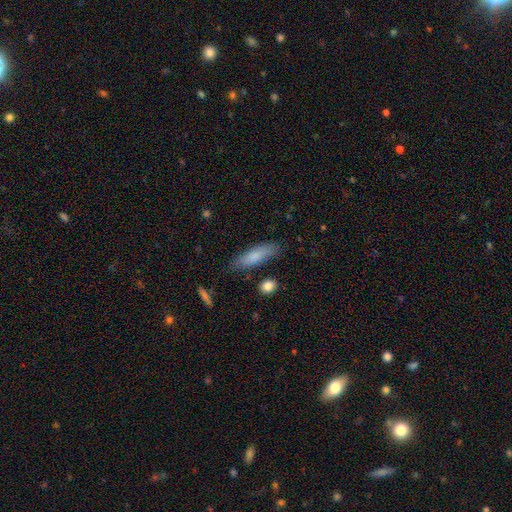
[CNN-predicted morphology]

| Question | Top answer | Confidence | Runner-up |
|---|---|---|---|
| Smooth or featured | smooth | 79% | featured or disk (15%) |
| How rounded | cigar-shaped | 56% | in between (42%) |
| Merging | none | 77% | minor disturbance (17%) |